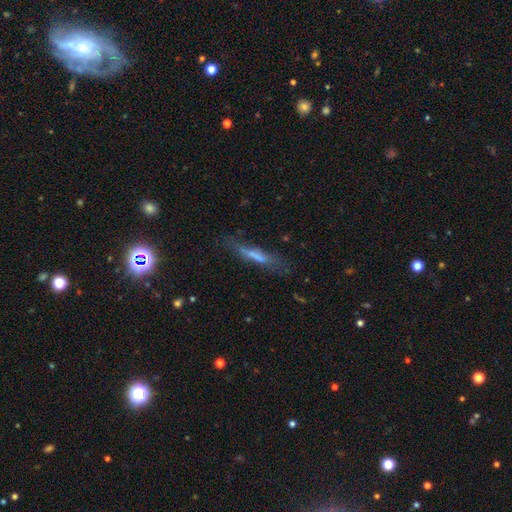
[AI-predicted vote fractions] This is possibly a smooth galaxy (51%). How rounded: clearly cigar-shaped (85%). Merging: likely none (61%).